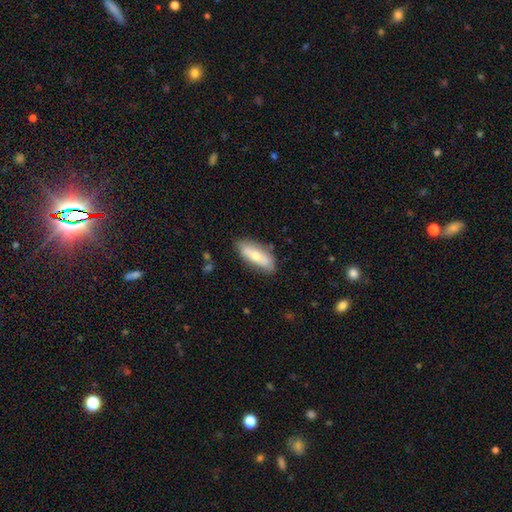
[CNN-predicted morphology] This appears to be a smooth galaxy with no disk features (65%) that is in between round and cigar-shaped (73%). Merging: none (78%).